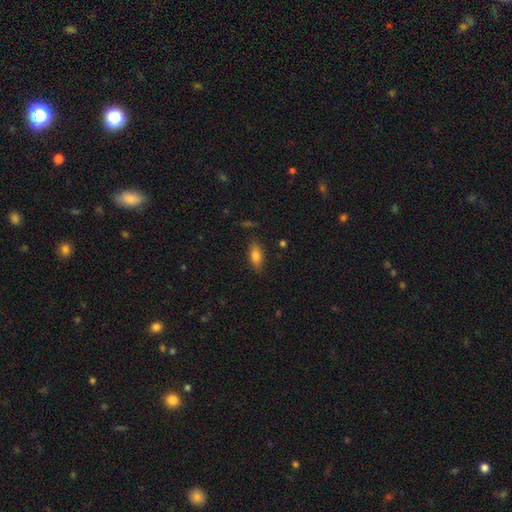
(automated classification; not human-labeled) Q: Smooth or featured?
A: smooth (79%); runner-up: featured or disk (12%)
Q: How rounded?
A: in between (82%); runner-up: cigar-shaped (15%)
Q: Merging?
A: none (83%); runner-up: minor disturbance (13%)